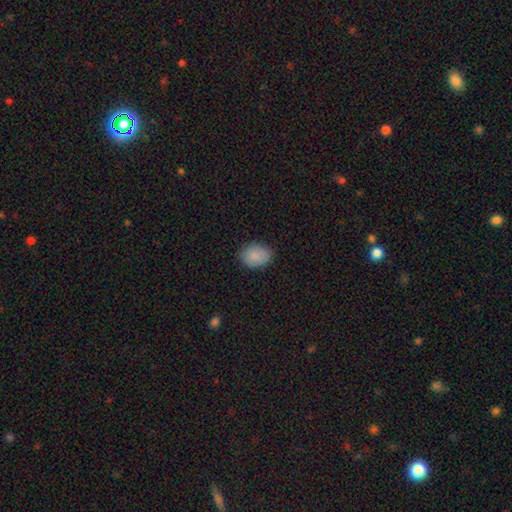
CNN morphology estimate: smooth-or-featured: smooth: 88% | star or artifact: 8% | featured or disk: 4%
  how-rounded: in between: 64% | round: 35% | cigar-shaped: 1%
  merging: none: 84% | minor disturbance: 12% | major disturbance: 3% | merger: 1%